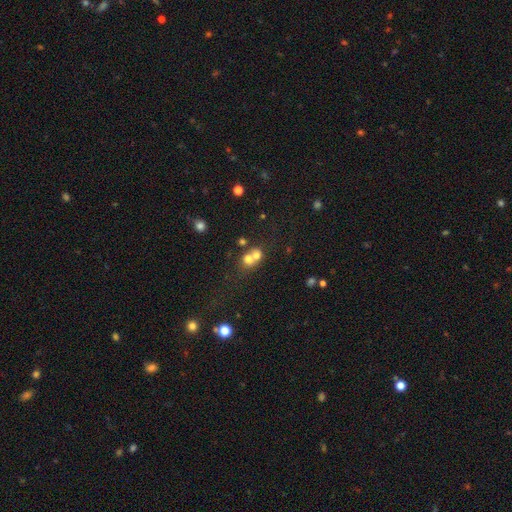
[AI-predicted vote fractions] This appears to be a smooth galaxy with no disk features (68%) that is round (76%). Merging: merger (63%).